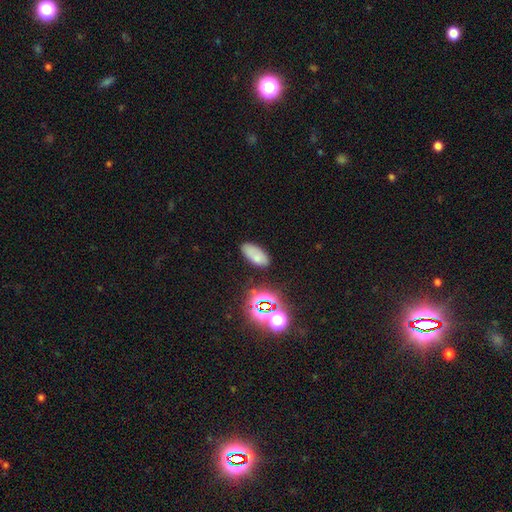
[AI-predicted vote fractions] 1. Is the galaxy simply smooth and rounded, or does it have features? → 68% smooth, 18% star or artifact, 14% featured or disk.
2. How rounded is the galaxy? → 90% in between, 6% cigar-shaped, 4% round.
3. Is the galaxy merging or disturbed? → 73% none, 17% minor disturbance, 5% major disturbance, 5% merger.